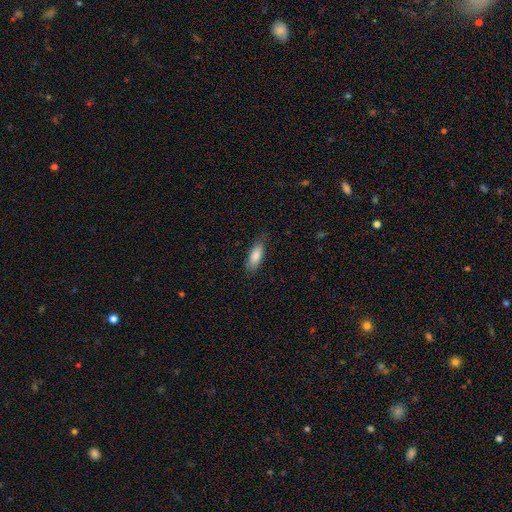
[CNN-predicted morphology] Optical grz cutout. It shows a smooth galaxy with no disk features (85%) that is in between round and cigar-shaped (71%). Merging: none (78%).